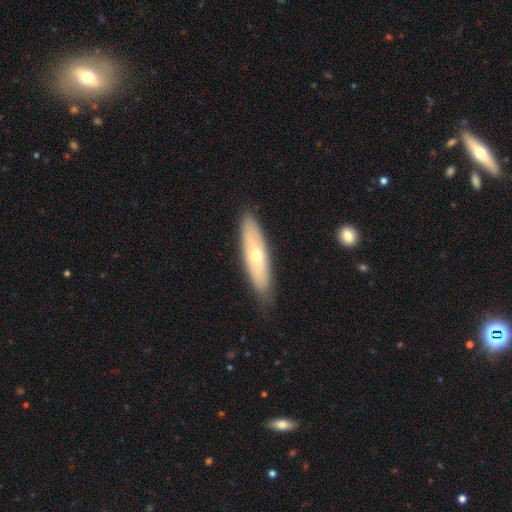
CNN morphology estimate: A smooth galaxy with no disk features (55%) that is cigar-shaped (67%). Merging: none (85%).